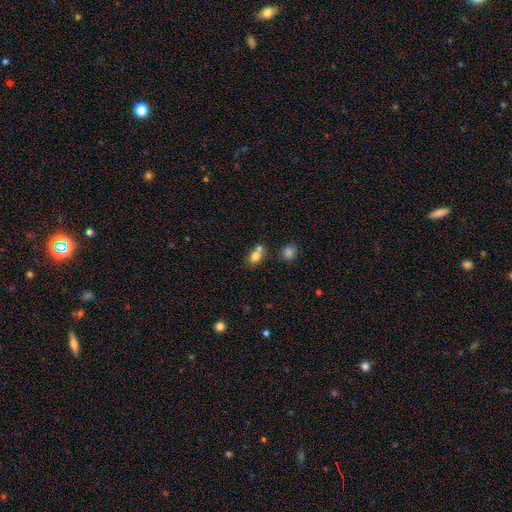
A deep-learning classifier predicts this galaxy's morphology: type=smooth (77%); roundness=in between (55%); merging=merger (47%).